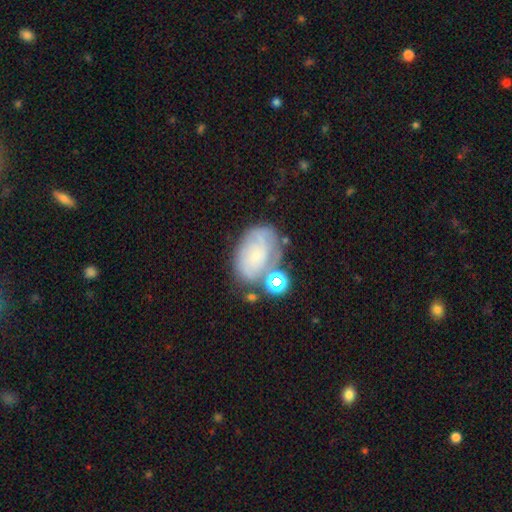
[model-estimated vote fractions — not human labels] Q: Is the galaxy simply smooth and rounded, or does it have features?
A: featured or disk — 45%.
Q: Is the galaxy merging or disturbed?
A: none — 46%.